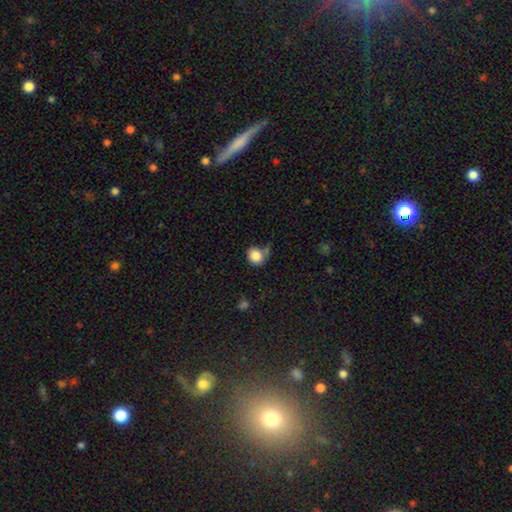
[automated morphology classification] smooth 85%, star or artifact 9%, featured or disk 6%. Down the decision tree: how rounded — round (70%); merging — none (56%).